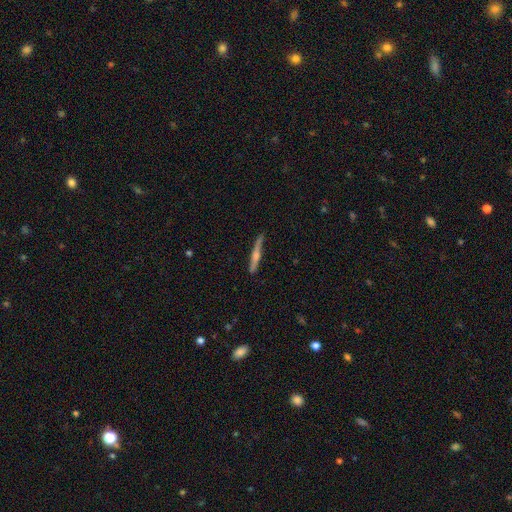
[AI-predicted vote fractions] smooth-or-featured: featured or disk: 66% | smooth: 28% | star or artifact: 6%
  disk-edge-on: yes: 96% | no: 4%
    edge-on-bulge: rounded: 76% | none: 16% | boxy: 9%
  merging: none: 84% | minor disturbance: 13% | major disturbance: 2% | merger: 2%